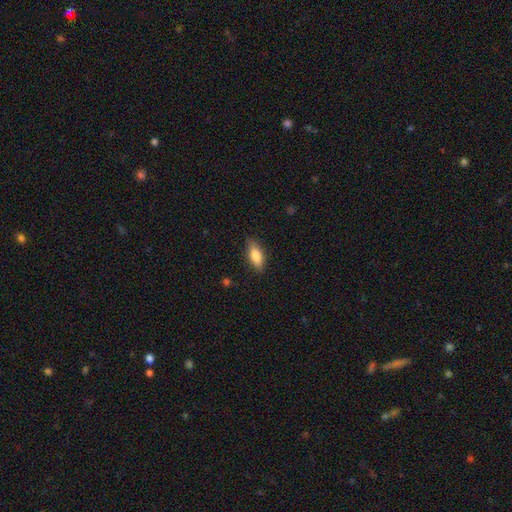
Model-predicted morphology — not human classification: Overall: smooth (78%). How rounded: in between (76%). Merging: none (81%).